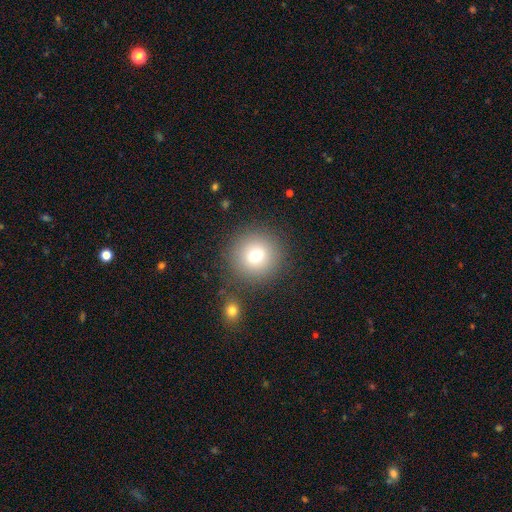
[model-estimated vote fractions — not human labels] A smooth galaxy with no disk features (73%) that is round (94%). Merging: none (84%).